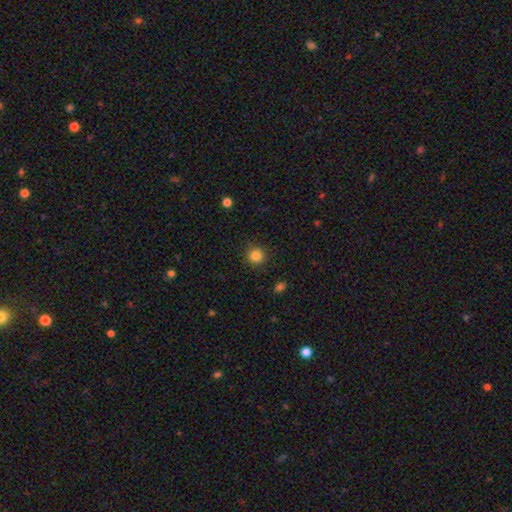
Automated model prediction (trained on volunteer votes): Morphology: type=smooth (84%); roundness=round (94%); merging=none (90%).